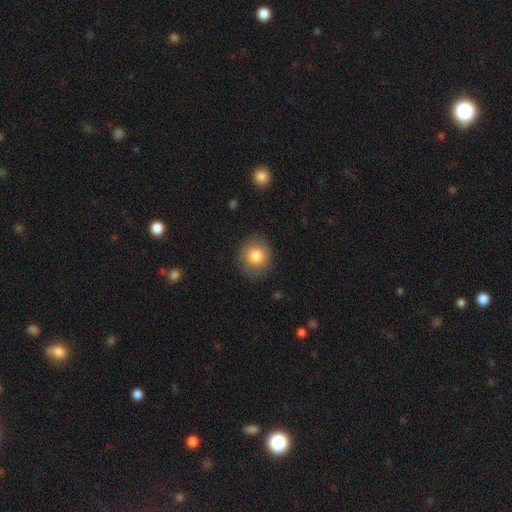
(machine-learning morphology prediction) Smooth or featured? Predicted: smooth (p=0.81). How rounded? Predicted: round (p=0.85). Merging? Predicted: none (p=0.87).